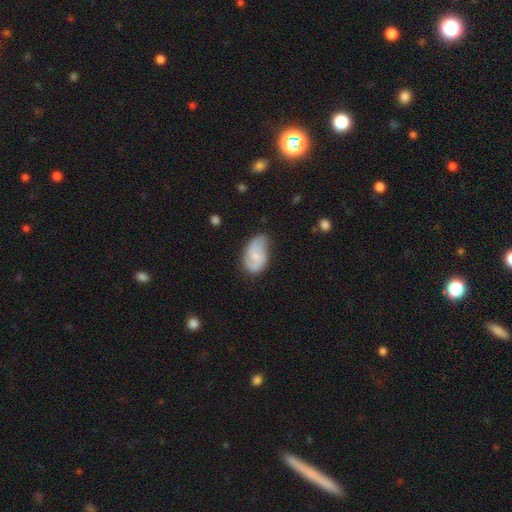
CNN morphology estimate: The model was most divided on "smooth or featured": smooth: 49%, featured or disk: 44%, star or artifact: 7%. Remaining: merging — none (47%).